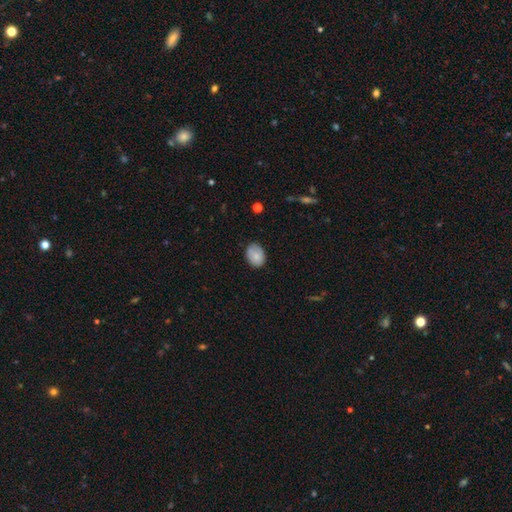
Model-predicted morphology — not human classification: Q: Smooth or featured?
A: smooth (78%); runner-up: featured or disk (15%)
Q: How rounded?
A: in between (75%); runner-up: round (24%)
Q: Merging?
A: none (69%); runner-up: minor disturbance (25%)